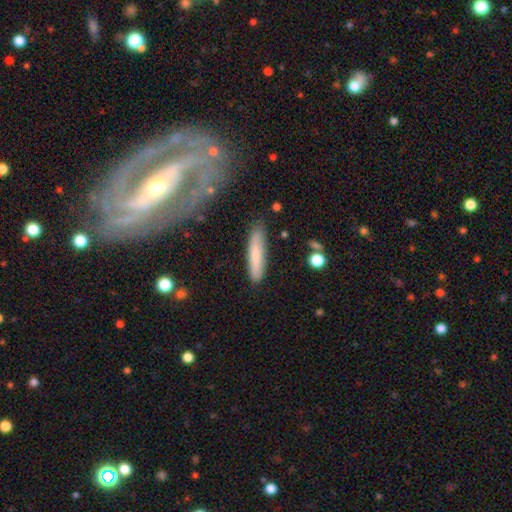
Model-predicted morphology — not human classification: The model was most divided on "smooth or featured": smooth: 75%, featured or disk: 19%, star or artifact: 6%. More confident: how rounded — cigar-shaped (86%); merging — none (84%).